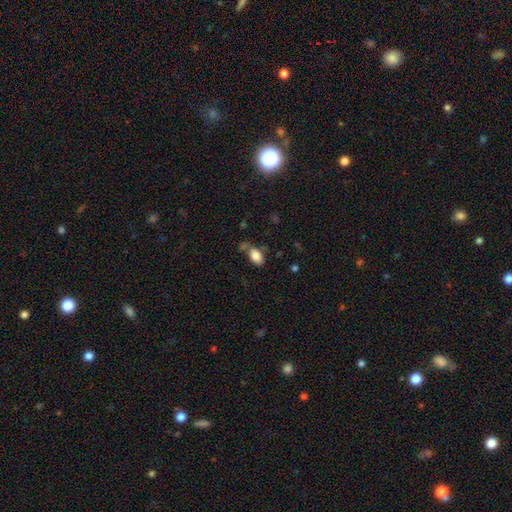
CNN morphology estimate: smooth-or-featured: smooth: 84% | star or artifact: 8% | featured or disk: 8%
  how-rounded: in between: 91% | round: 7% | cigar-shaped: 2%
  merging: none: 58% | minor disturbance: 20% | merger: 15% | major disturbance: 8%